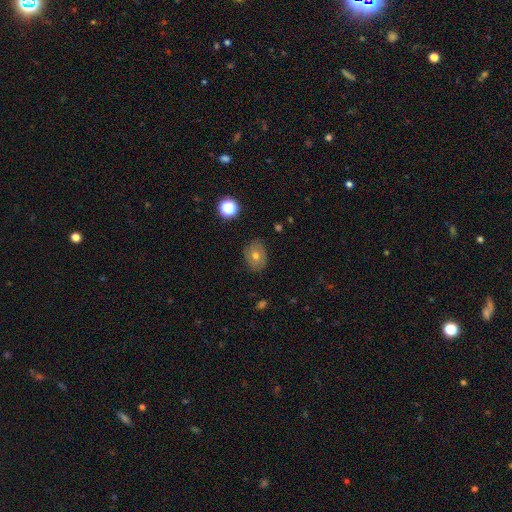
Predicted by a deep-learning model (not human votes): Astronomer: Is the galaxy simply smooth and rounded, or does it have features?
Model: smooth — 59%.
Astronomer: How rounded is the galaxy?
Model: in between — 56% (runner-up: round, 43%).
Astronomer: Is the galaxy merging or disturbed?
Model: none — 81%.